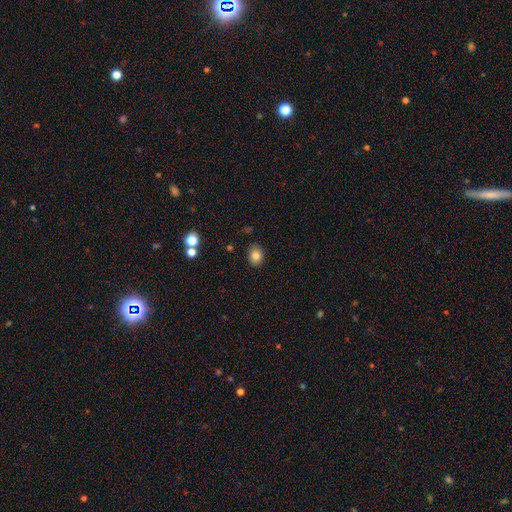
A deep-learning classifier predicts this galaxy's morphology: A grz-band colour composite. It shows a smooth galaxy with no disk features (82%) that is in between round and cigar-shaped (51%). Merging: none (86%).